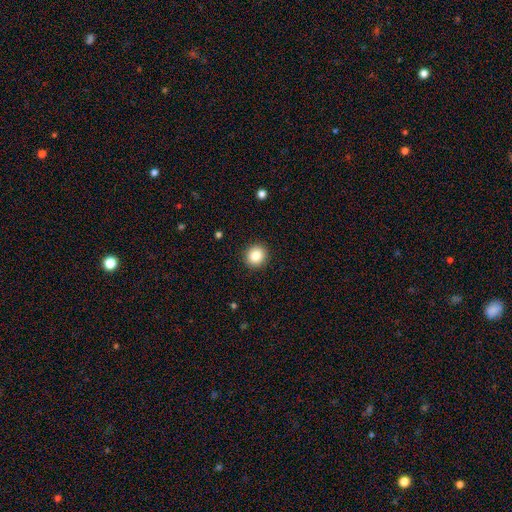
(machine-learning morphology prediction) A smooth galaxy with no disk features (85%) that is round (86%). Merging: none (91%).